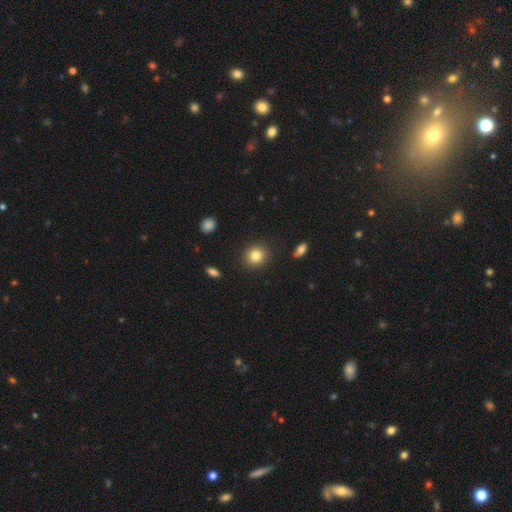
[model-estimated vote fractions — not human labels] The model was most divided on "how rounded": round: 85%, in between: 14%, cigar-shaped: 1%. More confident: merging — none (89%); smooth or featured — smooth (84%).